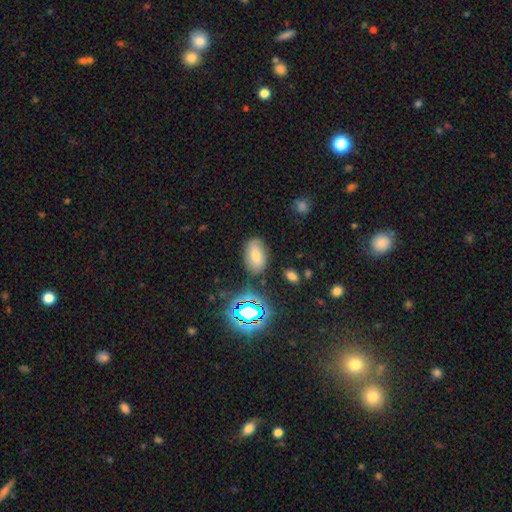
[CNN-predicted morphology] smooth-or-featured: smooth: 58% | star or artifact: 25% | featured or disk: 17%
  how-rounded: in between: 90% | round: 8% | cigar-shaped: 3%
  merging: none: 80% | minor disturbance: 13% | major disturbance: 4% | merger: 3%